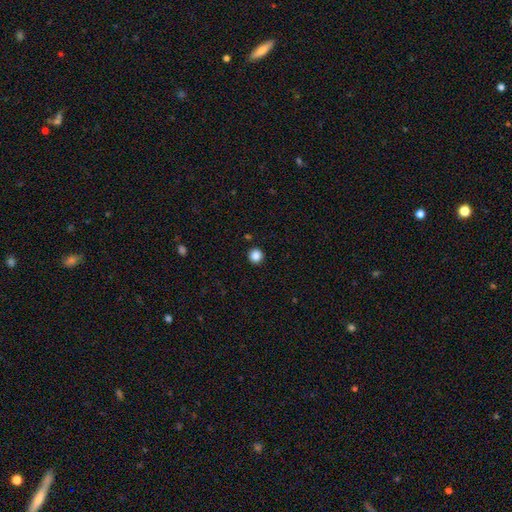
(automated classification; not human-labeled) smooth 86%, star or artifact 11%, featured or disk 3%. Down the decision tree: how rounded — round (95%); merging — none (93%).